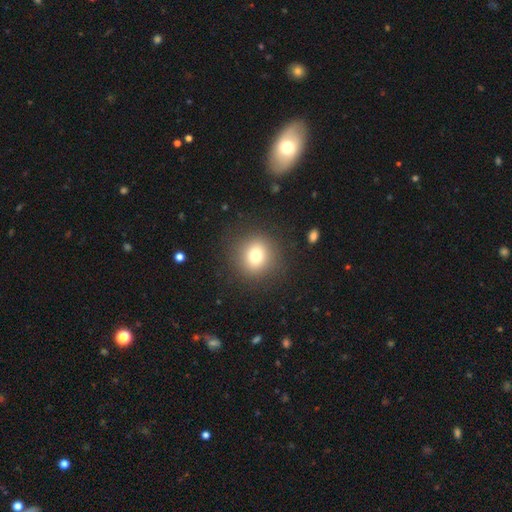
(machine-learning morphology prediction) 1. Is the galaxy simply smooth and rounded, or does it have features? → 76% smooth, 13% star or artifact, 11% featured or disk.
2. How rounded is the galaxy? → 90% round, 9% in between, 1% cigar-shaped.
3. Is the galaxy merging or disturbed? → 89% none, 7% minor disturbance, 4% major disturbance, 1% merger.